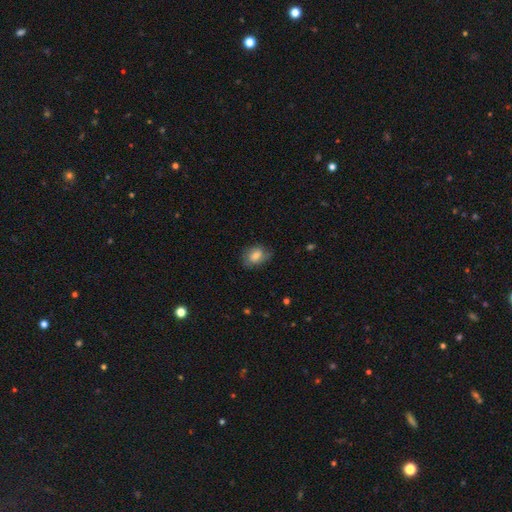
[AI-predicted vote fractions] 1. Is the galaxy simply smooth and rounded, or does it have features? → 64% smooth, 27% featured or disk, 9% star or artifact.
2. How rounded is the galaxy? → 69% in between, 30% round, 1% cigar-shaped.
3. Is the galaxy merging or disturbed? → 68% none, 23% minor disturbance, 7% major disturbance, 1% merger.